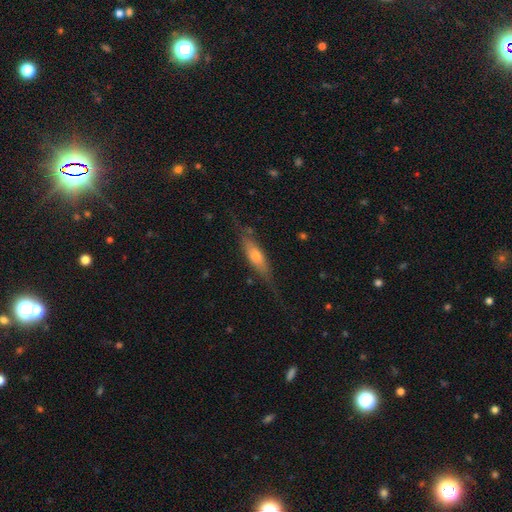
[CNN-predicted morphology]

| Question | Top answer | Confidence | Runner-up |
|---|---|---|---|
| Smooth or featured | featured or disk | 51% | smooth (43%) |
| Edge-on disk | yes | 77% | no (23%) |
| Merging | none | 67% | minor disturbance (21%) |